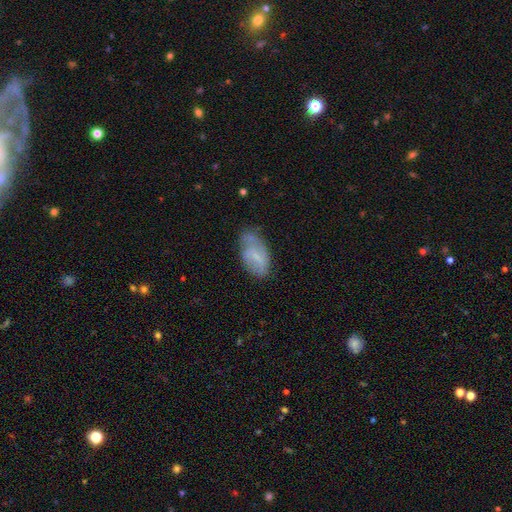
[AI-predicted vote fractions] This is possibly a featured or disk galaxy (47%). Merging: possibly none (55%).